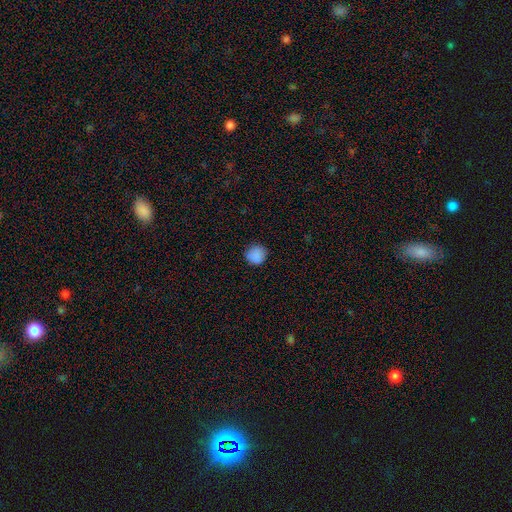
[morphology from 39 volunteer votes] This appears to be a smooth galaxy with no disk features (90%) that is round (97%). Merging: none (92%).